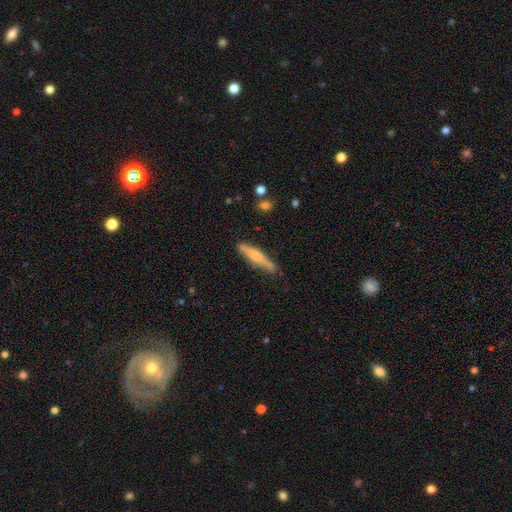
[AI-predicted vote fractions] Morphology: type=smooth (55%); roundness=cigar-shaped (89%); merging=none (83%).